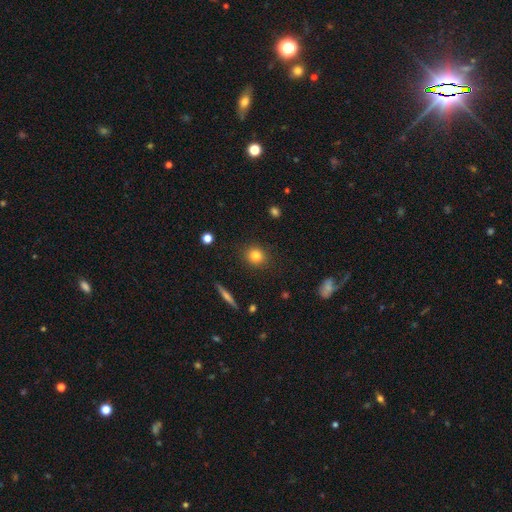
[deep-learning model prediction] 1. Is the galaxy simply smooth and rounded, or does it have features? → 81% smooth, 10% star or artifact, 8% featured or disk.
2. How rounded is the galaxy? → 83% round, 16% in between, 2% cigar-shaped.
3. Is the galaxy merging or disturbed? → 89% none, 7% minor disturbance, 2% major disturbance, 1% merger.